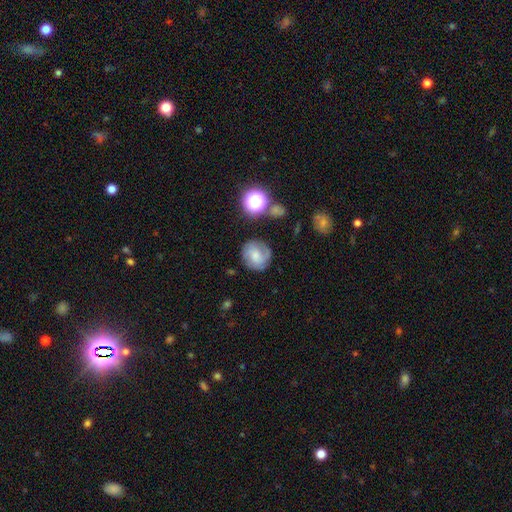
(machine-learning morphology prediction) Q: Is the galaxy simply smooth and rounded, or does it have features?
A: featured or disk — 50%.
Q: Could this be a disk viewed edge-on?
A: no — 97%.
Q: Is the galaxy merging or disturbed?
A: none — 71%.